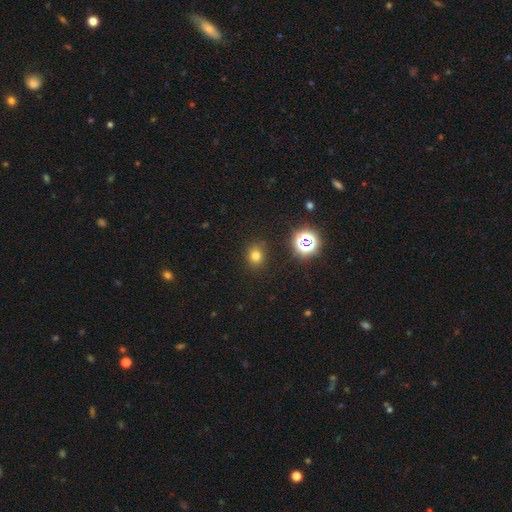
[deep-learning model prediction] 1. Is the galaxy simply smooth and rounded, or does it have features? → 73% smooth, 21% star or artifact, 7% featured or disk.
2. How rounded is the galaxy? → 75% round, 24% in between, 1% cigar-shaped.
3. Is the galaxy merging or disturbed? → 86% none, 9% minor disturbance, 3% major disturbance, 2% merger.